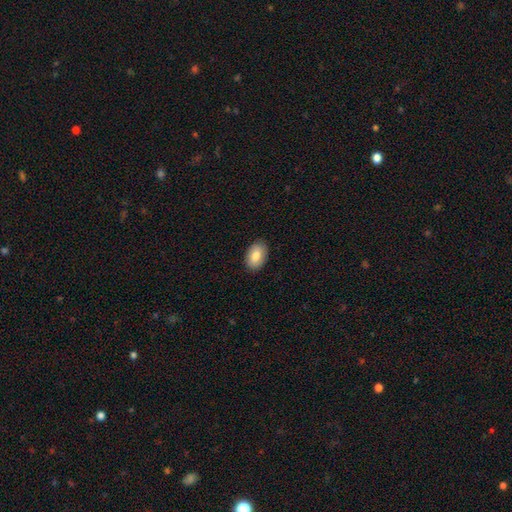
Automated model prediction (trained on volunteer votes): Smooth or featured: smooth — 82% (featured or disk — 12%)
How rounded: in between — 89% (round — 9%)
Merging: none — 89% (minor disturbance — 8%)